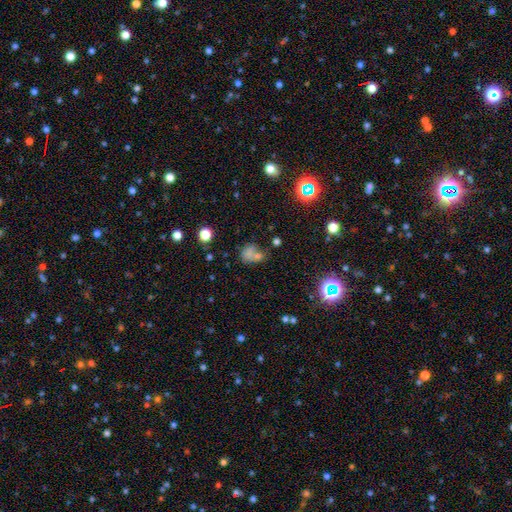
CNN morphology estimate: smooth 53%, star or artifact 30%, featured or disk 17%. Down the decision tree: how rounded — round (53%); merging — none (39%).